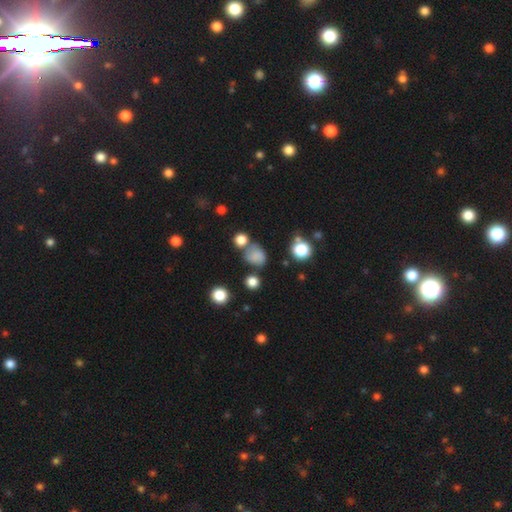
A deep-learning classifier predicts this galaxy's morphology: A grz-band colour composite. It shows a smooth galaxy with no disk features (72%) that is round (54%). Merging: none (48%).